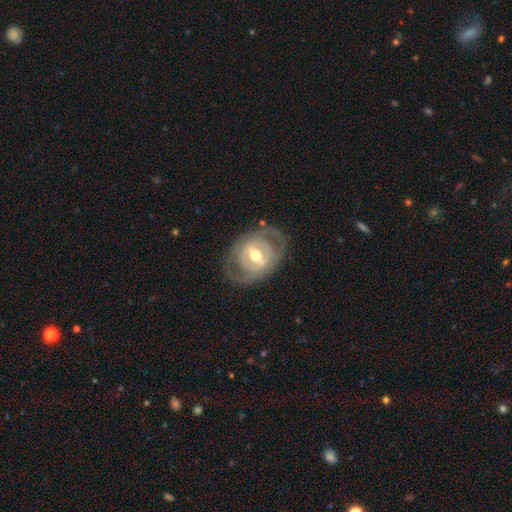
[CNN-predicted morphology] This is likely a featured or disk galaxy (75%). It is clearly not viewed edge-on (94%). Bar: marginally weak (39%, tied with strong). Spiral arm pattern: possibly yes (52%). Central bulge: likely moderate (72%). Merging: likely none (74%).